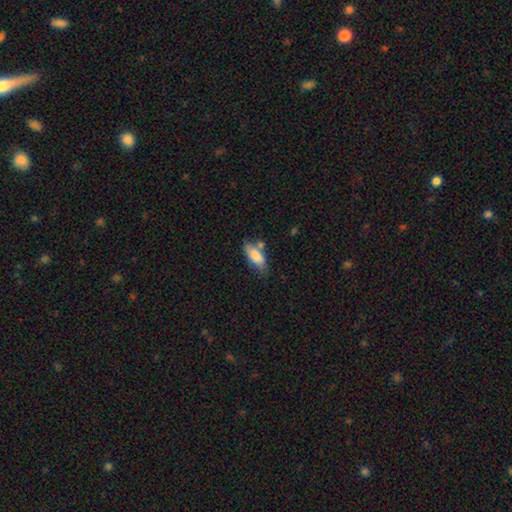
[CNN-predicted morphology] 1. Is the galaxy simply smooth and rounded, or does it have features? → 79% smooth, 14% featured or disk, 7% star or artifact.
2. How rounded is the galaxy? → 78% in between, 19% cigar-shaped, 3% round.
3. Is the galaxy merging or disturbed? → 56% none, 23% minor disturbance, 15% merger, 6% major disturbance.